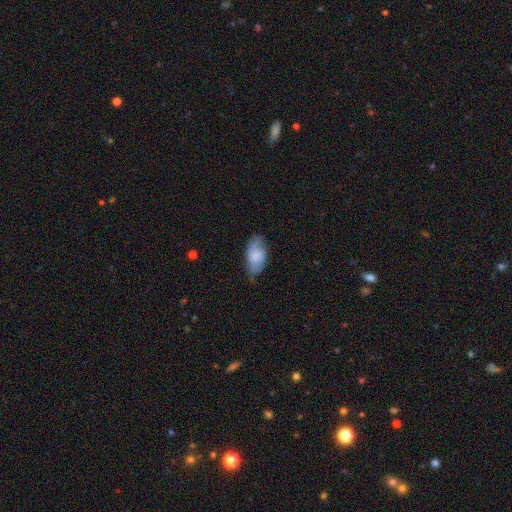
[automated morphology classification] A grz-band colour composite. It shows a smooth galaxy with no disk features (61%) that is in between round and cigar-shaped (93%). Merging: none (67%).